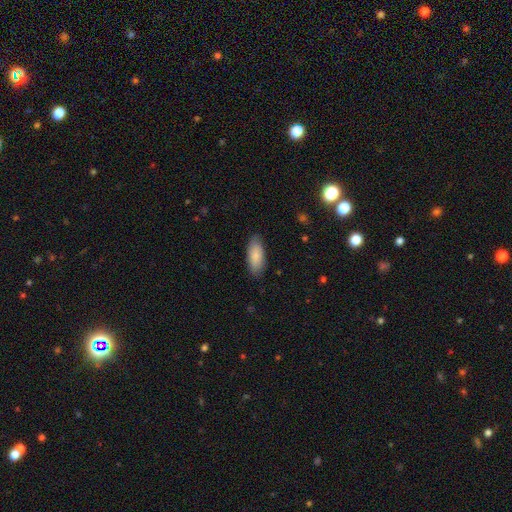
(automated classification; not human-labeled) The model was most divided on "how rounded": in between: 84%, cigar-shaped: 14%, round: 2%. More confident: smooth or featured — smooth (85%); merging — none (85%).